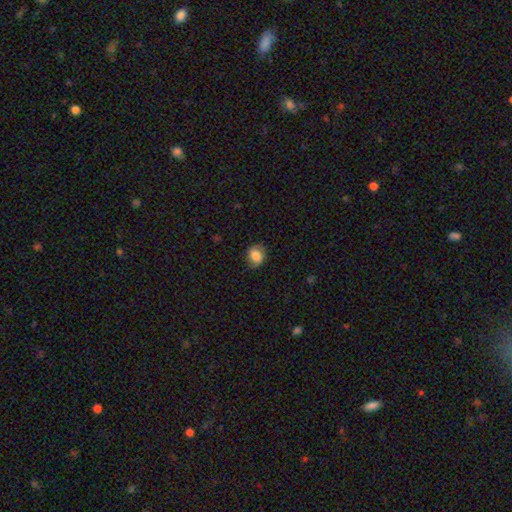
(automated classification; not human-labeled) smooth_or_featured: smooth (p=0.68) [alt: featured or disk p=0.23]
how_rounded: round (p=0.58) [alt: in between p=0.41]
merging: none (p=0.74) [alt: minor disturbance p=0.19]